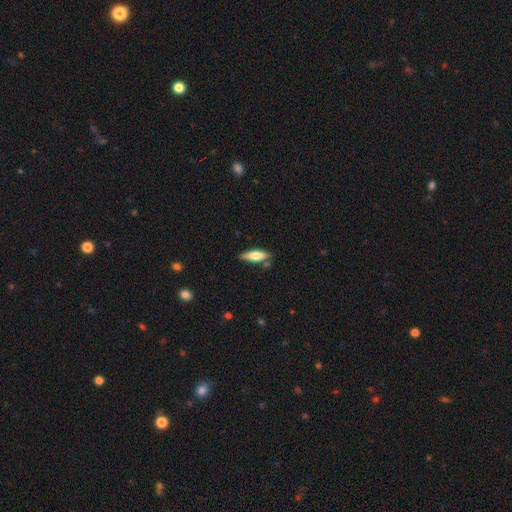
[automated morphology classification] A smooth galaxy with no disk features (66%) that is cigar-shaped (52%).

Vote fractions:
- Smooth or featured? smooth: 66% / featured or disk: 28% / star or artifact: 6%
- How rounded? cigar-shaped: 52% / in between: 46% / round: 2%
- Merging? none: 79% / minor disturbance: 14% / merger: 4% / major disturbance: 3%